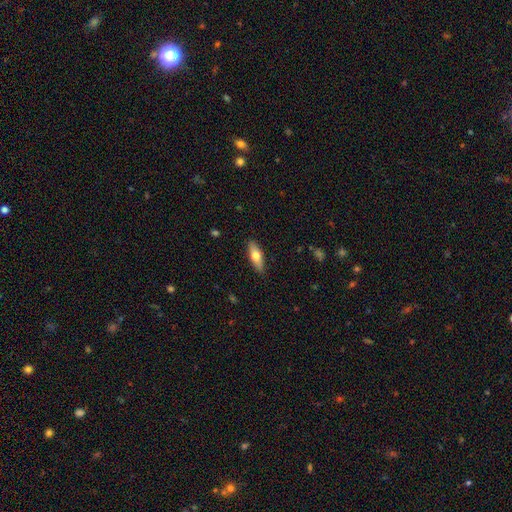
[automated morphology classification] Smooth or featured? smooth (62%)
How rounded? in between (57%)
Merging? none (89%)